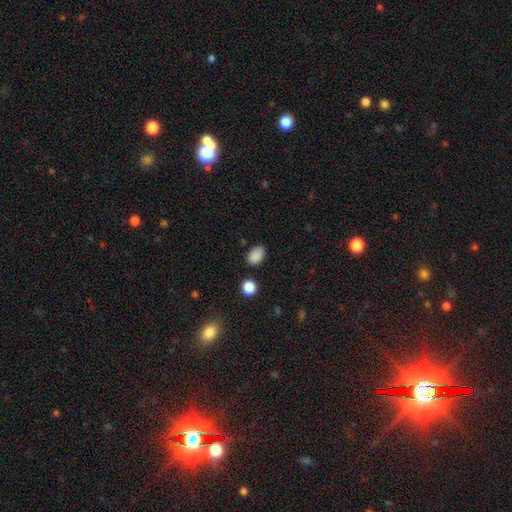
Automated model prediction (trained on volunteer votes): This appears to be a smooth galaxy with no disk features (87%) that is in between round and cigar-shaped (85%). Merging: none (83%).